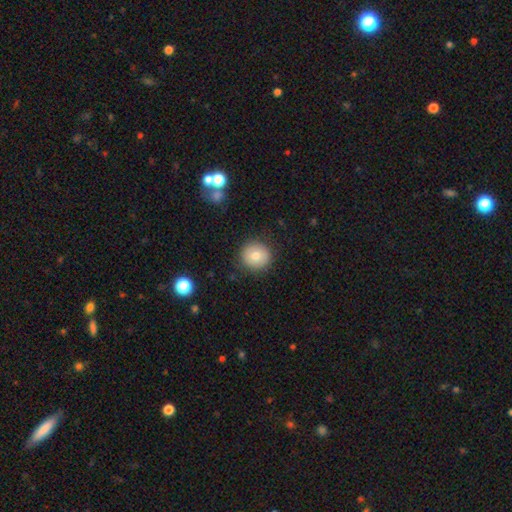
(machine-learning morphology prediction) smooth_or_featured: smooth (p=0.79) [alt: featured or disk p=0.12]
how_rounded: round (p=0.92) [alt: in between p=0.07]
merging: none (p=0.89) [alt: minor disturbance p=0.08]